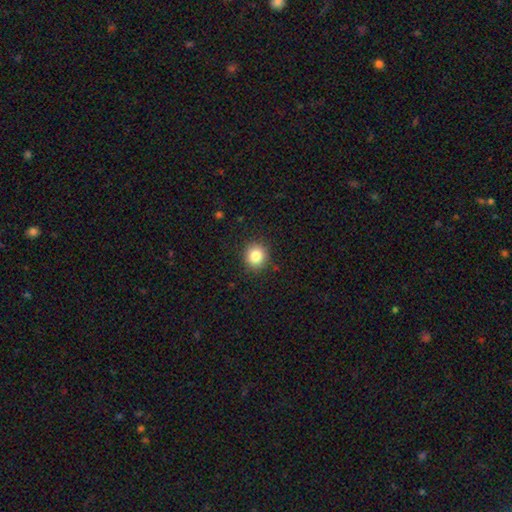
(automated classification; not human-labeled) Smooth or featured: smooth — 84% (star or artifact — 10%)
How rounded: round — 88% (in between — 11%)
Merging: none — 89% (minor disturbance — 8%)